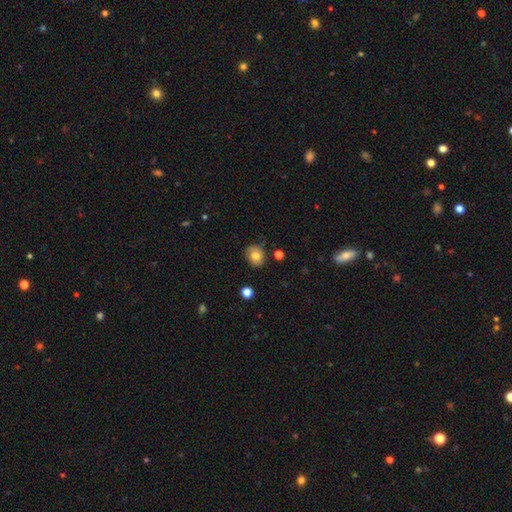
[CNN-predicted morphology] smooth_or_featured: smooth (p=0.77) [alt: featured or disk p=0.13]
how_rounded: round (p=0.65) [alt: in between p=0.34]
merging: none (p=0.78) [alt: minor disturbance p=0.17]